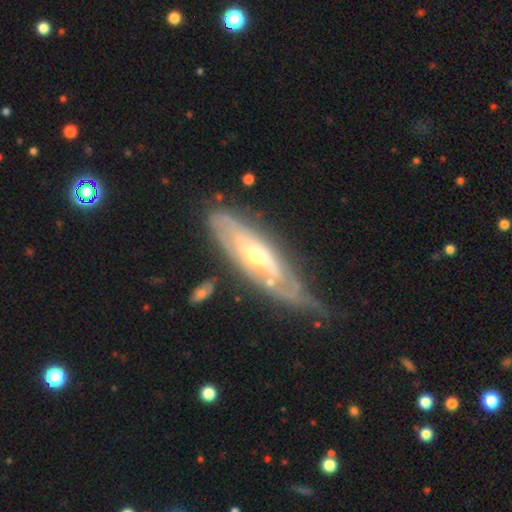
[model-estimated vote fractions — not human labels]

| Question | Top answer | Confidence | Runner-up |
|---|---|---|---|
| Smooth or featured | featured or disk | 81% | smooth (13%) |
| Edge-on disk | no | 77% | yes (23%) |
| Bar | no | 51% | weak (34%) |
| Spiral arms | yes | 78% | no (22%) |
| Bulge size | moderate | 65% | small (28%) |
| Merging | none | 52% | minor disturbance (30%) |